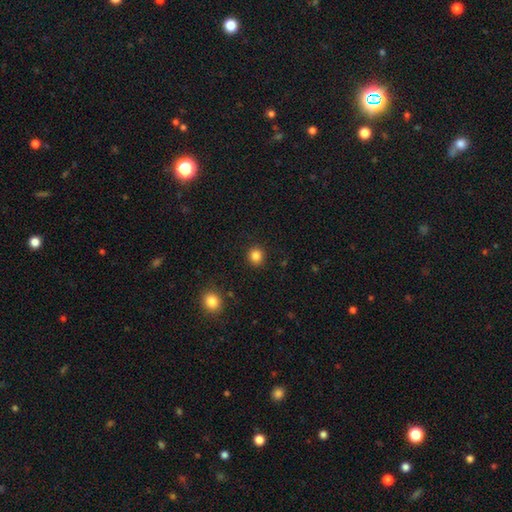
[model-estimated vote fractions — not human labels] The model was most divided on "smooth or featured": smooth: 84%, star or artifact: 12%, featured or disk: 4%. More confident: merging — none (91%); how rounded — round (89%).